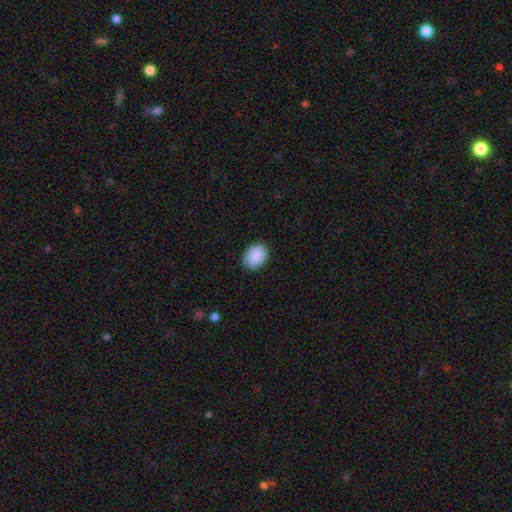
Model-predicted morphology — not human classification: The model was most divided on "how rounded": in between: 66%, round: 33%, cigar-shaped: 1%. More confident: smooth or featured — smooth (90%); merging — none (87%).